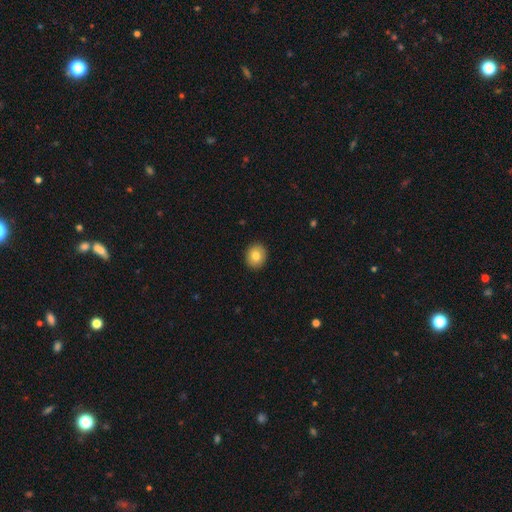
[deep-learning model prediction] Smooth or featured: smooth — 82% (featured or disk — 9%)
How rounded: round — 69% (in between — 30%)
Merging: none — 92% (minor disturbance — 6%)